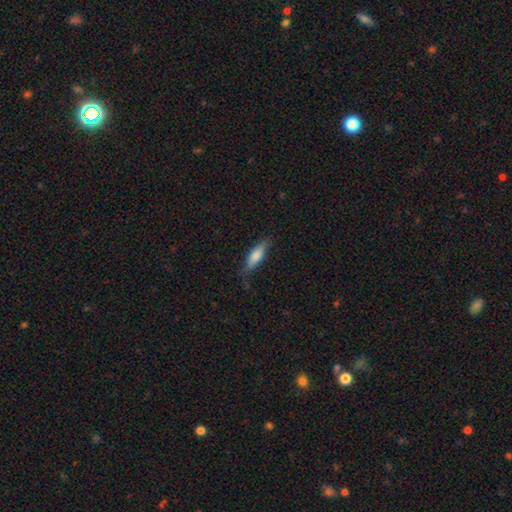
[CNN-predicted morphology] Smooth or featured: smooth — 73% (featured or disk — 22%)
How rounded: cigar-shaped — 58% (in between — 40%)
Merging: none — 76% (minor disturbance — 18%)